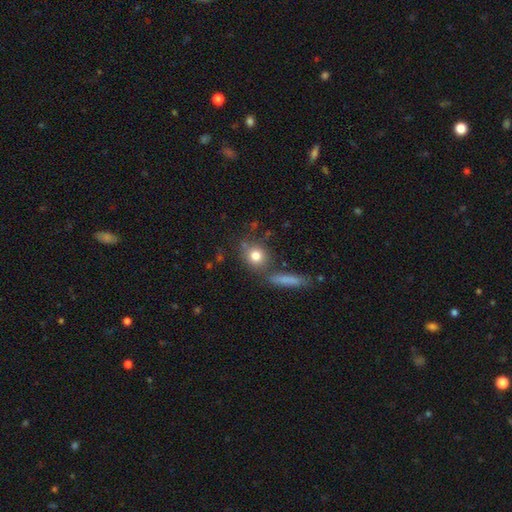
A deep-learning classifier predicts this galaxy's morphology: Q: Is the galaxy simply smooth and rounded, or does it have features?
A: smooth — 80%.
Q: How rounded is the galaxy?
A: round — 73%.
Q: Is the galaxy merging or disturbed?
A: none — 70%.